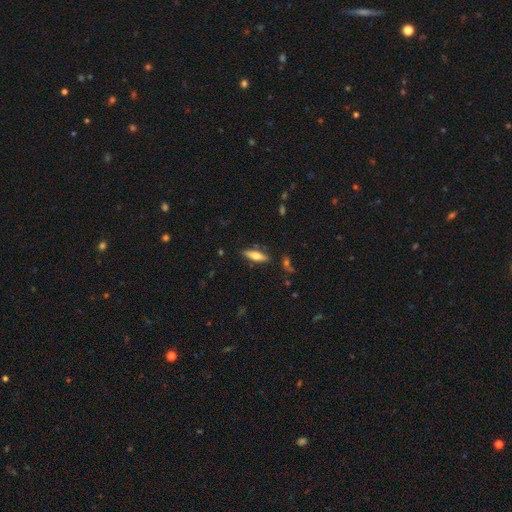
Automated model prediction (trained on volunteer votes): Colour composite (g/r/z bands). It shows a smooth galaxy with no disk features (53%) that is cigar-shaped (57%). Merging: none (83%).